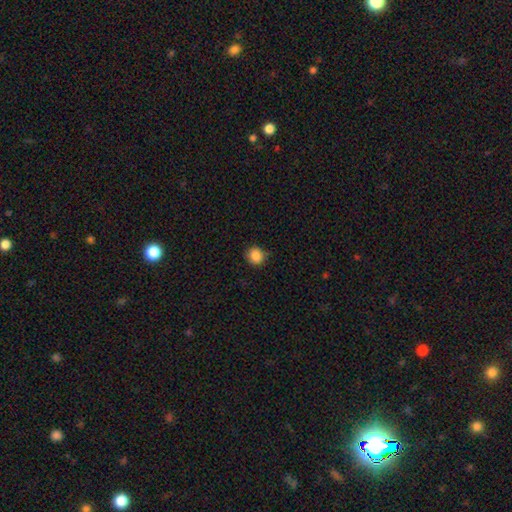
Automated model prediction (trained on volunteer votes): Morphology: type=smooth (86%); roundness=round (88%); merging=none (84%).